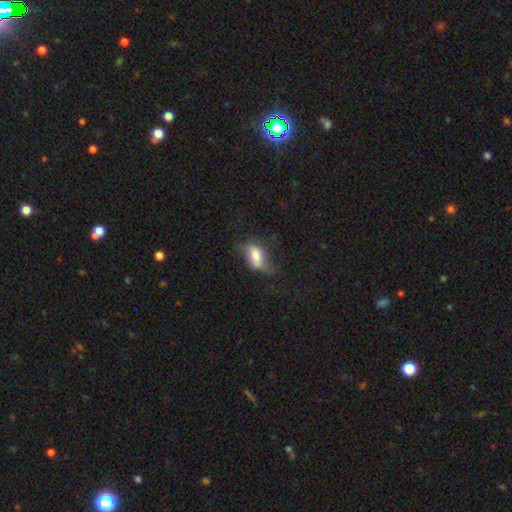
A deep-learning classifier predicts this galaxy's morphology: Q: Smooth or featured?
A: smooth (63%); runner-up: featured or disk (27%)
Q: How rounded?
A: in between (84%); runner-up: cigar-shaped (8%)
Q: Merging?
A: none (41%); runner-up: minor disturbance (29%)